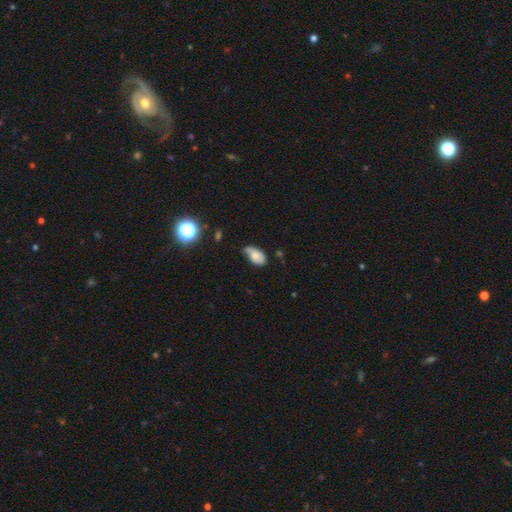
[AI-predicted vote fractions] This appears to be a smooth galaxy with no disk features (65%) that is in between round and cigar-shaped (91%). Merging: minor disturbance (42%).